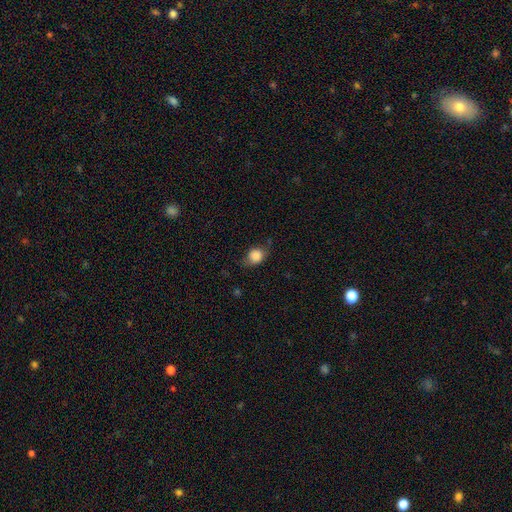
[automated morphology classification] A smooth galaxy with no disk features (83%) that is round (55%). Merging: none (60%).